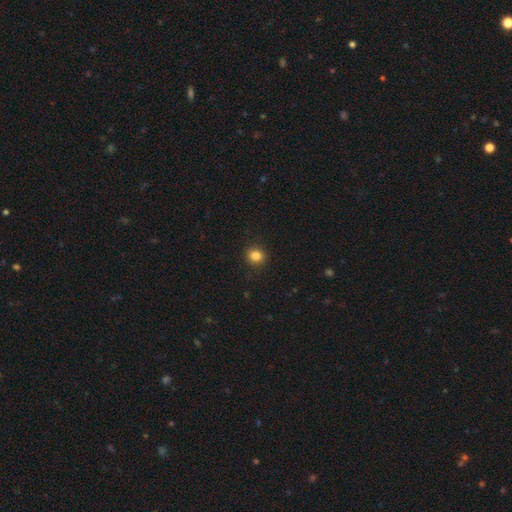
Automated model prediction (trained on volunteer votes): This appears to be a smooth galaxy with no disk features (84%) that is round (86%). Merging: none (92%).